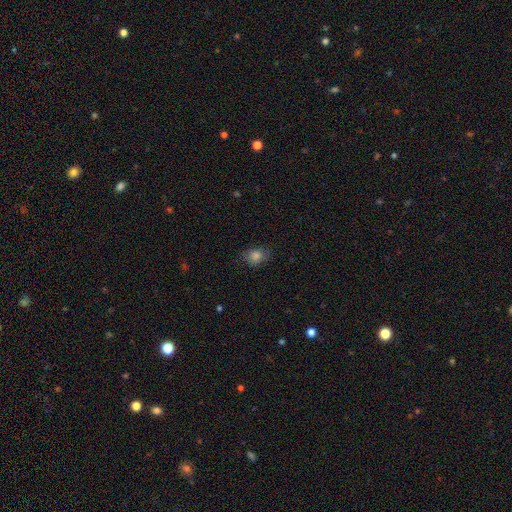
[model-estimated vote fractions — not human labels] Smooth or featured: smooth — 77% (star or artifact — 13%)
How rounded: in between — 51% (round — 47%)
Merging: none — 74% (minor disturbance — 20%)